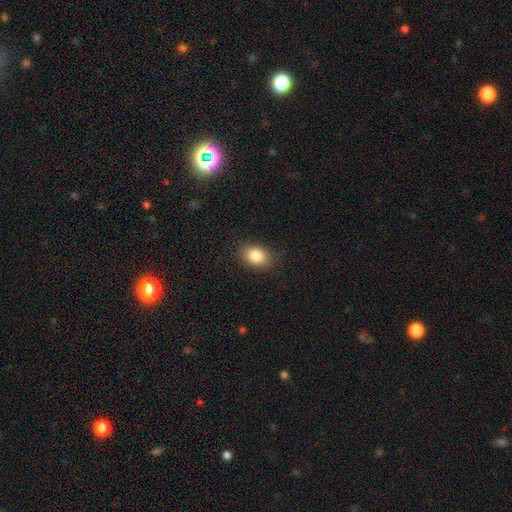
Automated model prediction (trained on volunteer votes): A smooth galaxy with no disk features (85%) that is in between round and cigar-shaped (76%).

Vote fractions:
- Smooth or featured? smooth: 85% / star or artifact: 9% / featured or disk: 7%
- How rounded? in between: 76% / round: 23% / cigar-shaped: 1%
- Merging? none: 83% / minor disturbance: 13% / major disturbance: 3% / merger: 1%